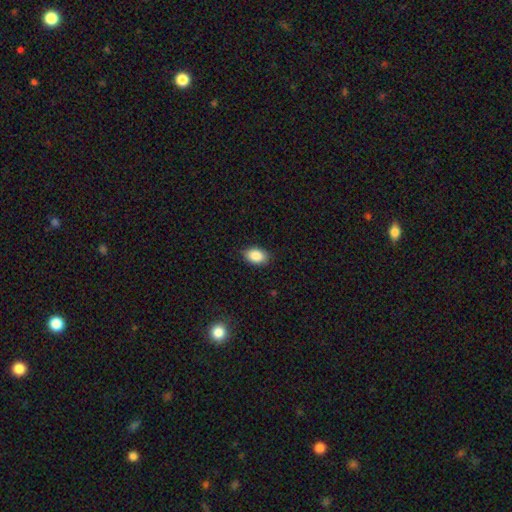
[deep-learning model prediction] Smooth or featured: smooth — 87% (star or artifact — 8%)
How rounded: in between — 85% (round — 13%)
Merging: none — 87% (minor disturbance — 10%)